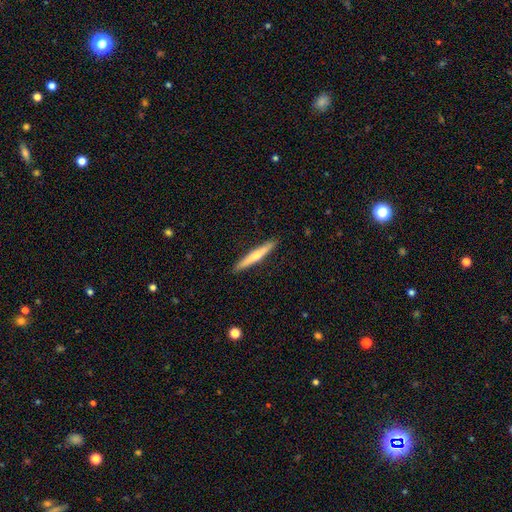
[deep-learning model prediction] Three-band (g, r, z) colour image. It shows a smooth galaxy with no disk features (56%) that is cigar-shaped (95%). Merging: none (91%).